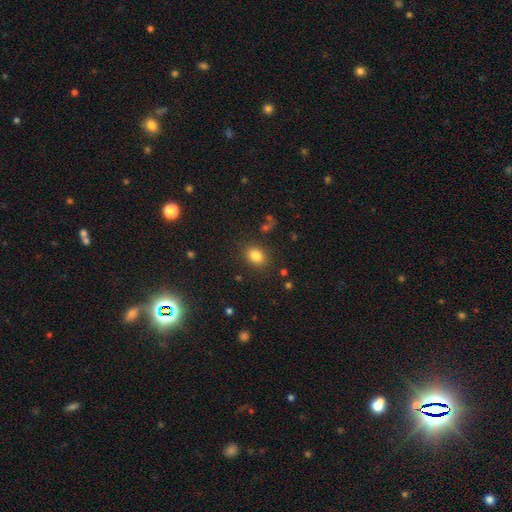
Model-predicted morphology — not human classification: smooth 82%, star or artifact 11%, featured or disk 7%. Down the decision tree: how rounded — in between (56%); merging — none (86%).